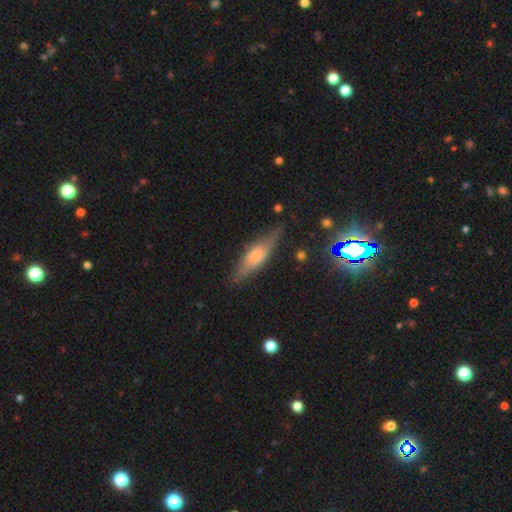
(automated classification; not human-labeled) Smooth or featured: featured or disk — 52% (smooth — 40%)
Edge-on disk: yes — 88% (no — 12%)
Merging: none — 76% (minor disturbance — 17%)